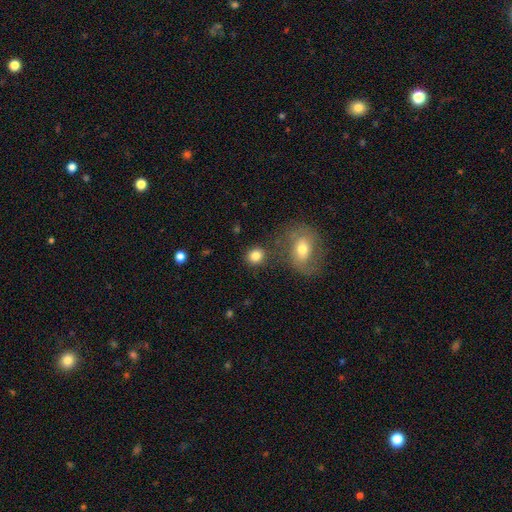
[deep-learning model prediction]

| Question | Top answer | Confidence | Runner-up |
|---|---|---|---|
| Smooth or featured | smooth | 83% | star or artifact (9%) |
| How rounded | round | 81% | in between (18%) |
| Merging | none | 77% | merger (10%) |